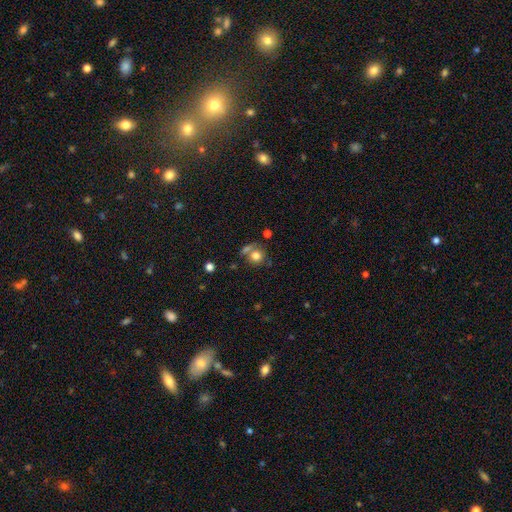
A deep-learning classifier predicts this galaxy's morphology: Smooth or featured? smooth (77%)
How rounded? round (86%)
Merging? none (55%)